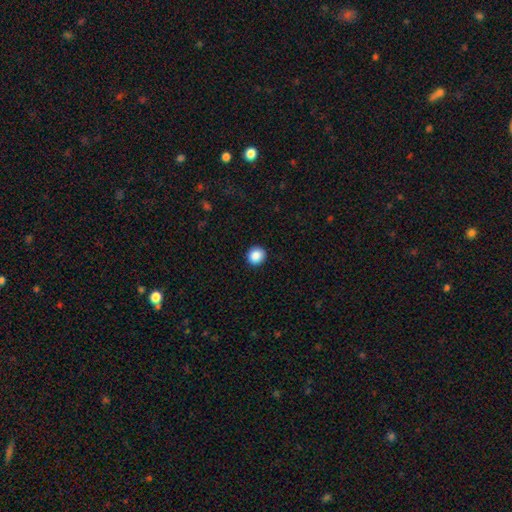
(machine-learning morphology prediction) Overall: smooth (88%). How rounded: round (92%). Merging: none (92%).